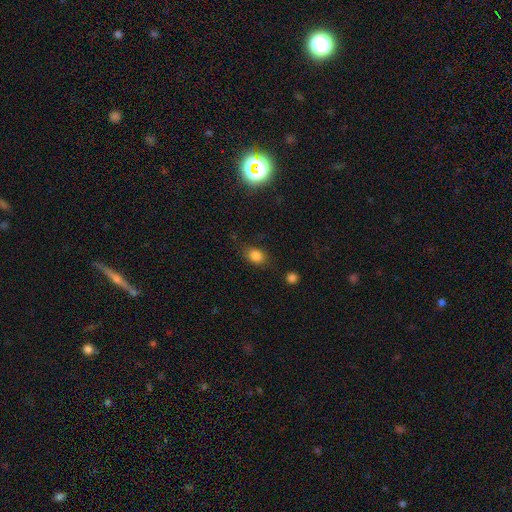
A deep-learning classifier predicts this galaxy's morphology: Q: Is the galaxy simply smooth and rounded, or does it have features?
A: smooth — 82%.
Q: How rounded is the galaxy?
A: in between — 71%.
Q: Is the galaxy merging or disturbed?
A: none — 77%.